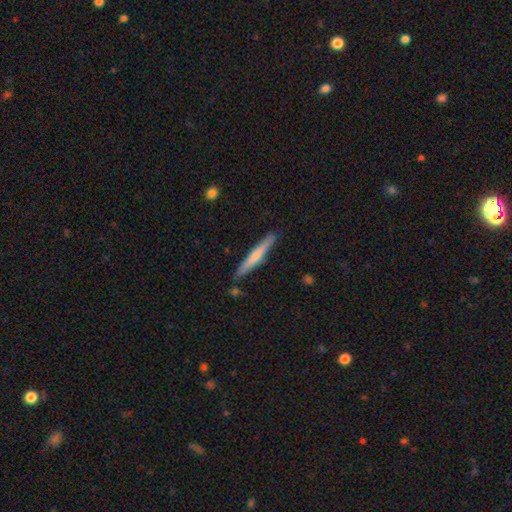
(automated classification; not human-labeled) A smooth galaxy with no disk features (54%) that is cigar-shaped (95%). Merging: none (87%).